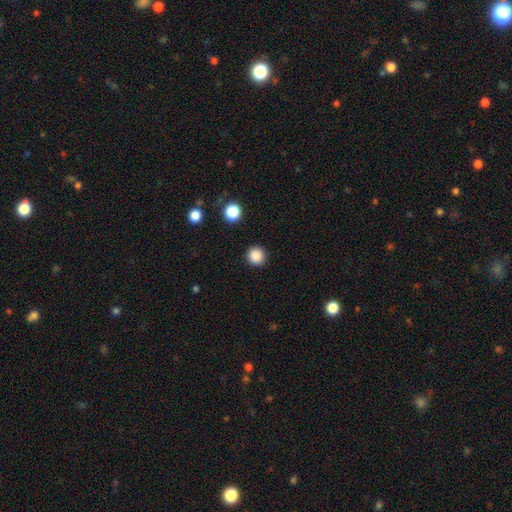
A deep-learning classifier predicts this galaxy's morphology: Smooth or featured: smooth — 86% (star or artifact — 11%)
How rounded: round — 93% (in between — 6%)
Merging: none — 91% (minor disturbance — 6%)